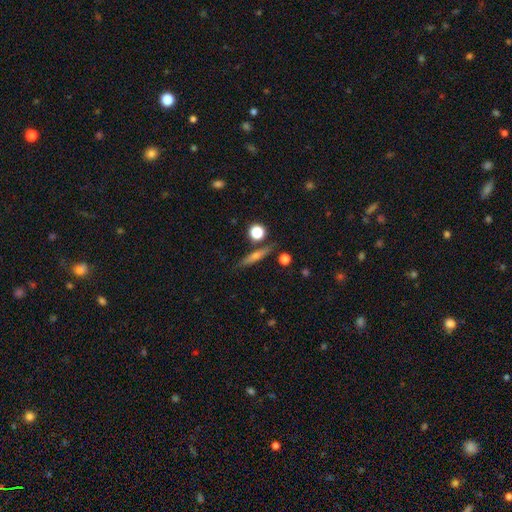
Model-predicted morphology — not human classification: Overall: smooth (46%; featured or disk 44%). Merging: none (83%).